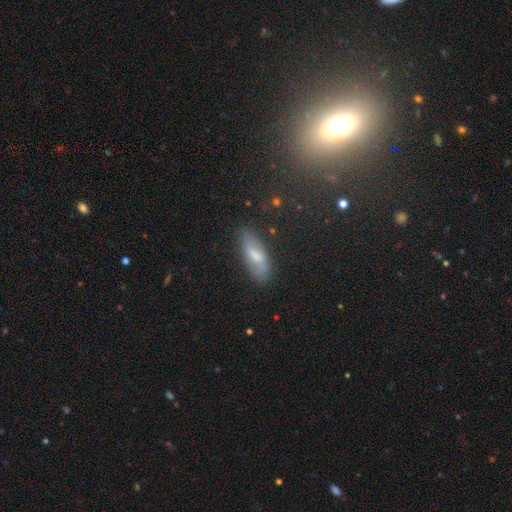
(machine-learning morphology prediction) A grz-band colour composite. It shows a smooth galaxy with no disk features (61%) that is in between round and cigar-shaped (62%). Merging: none (79%).